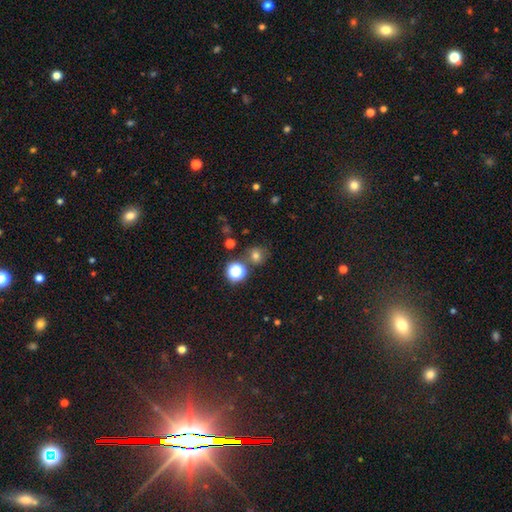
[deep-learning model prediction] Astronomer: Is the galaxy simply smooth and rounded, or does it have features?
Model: smooth — 69%.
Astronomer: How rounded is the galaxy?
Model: round — 86%.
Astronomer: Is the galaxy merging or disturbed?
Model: none — 76%.